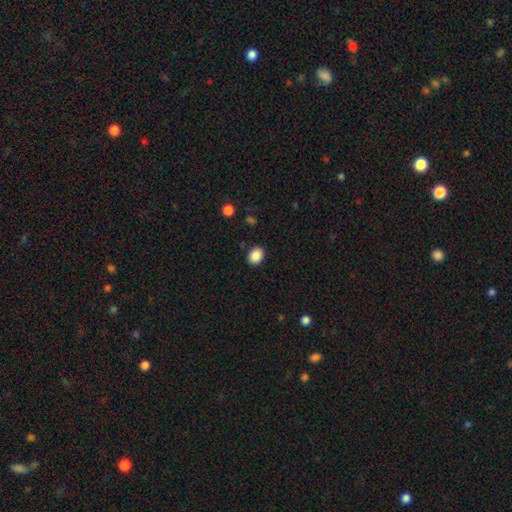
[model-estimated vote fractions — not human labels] Smooth or featured? Predicted: smooth (p=0.88). How rounded? Predicted: in between (p=0.52). Merging? Predicted: none (p=0.89).